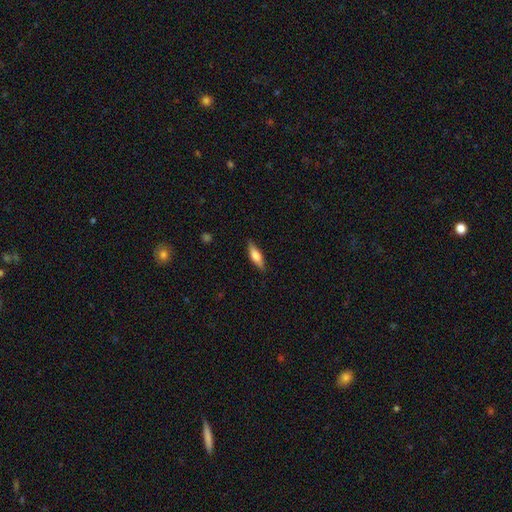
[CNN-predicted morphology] type=smooth (64%); roundness=cigar-shaped (50%); merging=none (86%).